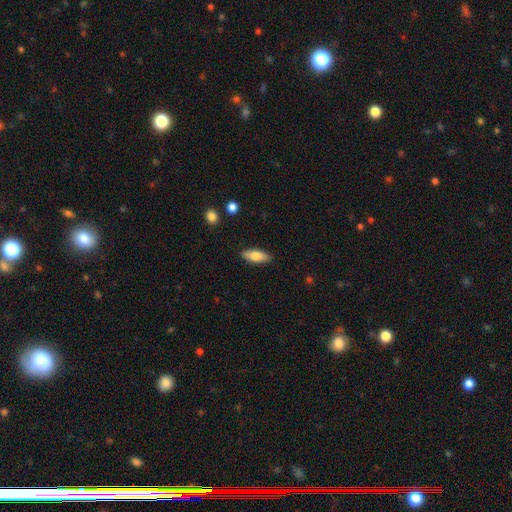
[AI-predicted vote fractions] Smooth or featured?
  - smooth: 74% *
  - featured or disk: 19%
  - star or artifact: 6%
How rounded?
  - in between: 65% *
  - cigar-shaped: 32%
  - round: 2%
Merging?
  - none: 87% *
  - minor disturbance: 10%
  - major disturbance: 2%
  - merger: 1%